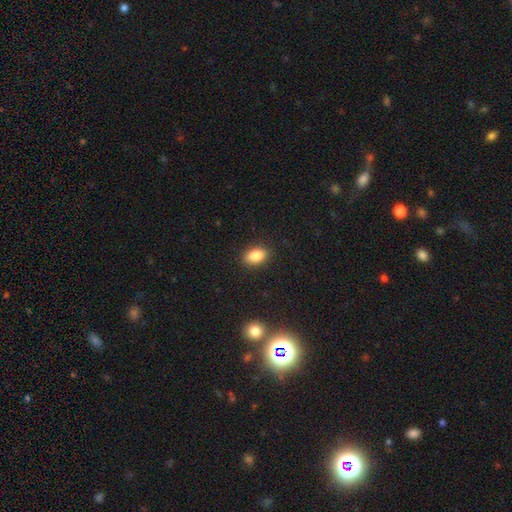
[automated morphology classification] smooth-or-featured: smooth: 85% | star or artifact: 9% | featured or disk: 6%
  how-rounded: in between: 87% | round: 11% | cigar-shaped: 2%
  merging: none: 89% | minor disturbance: 8% | major disturbance: 2% | merger: 1%